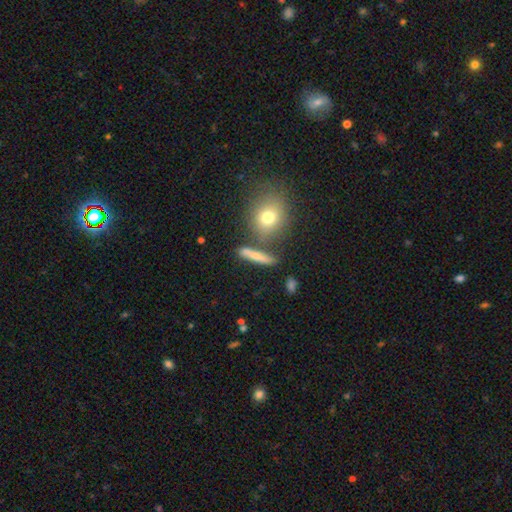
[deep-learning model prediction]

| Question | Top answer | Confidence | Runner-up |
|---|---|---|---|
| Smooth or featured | smooth | 64% | featured or disk (25%) |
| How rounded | cigar-shaped | 66% | in between (19%) |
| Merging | none | 73% | minor disturbance (12%) |